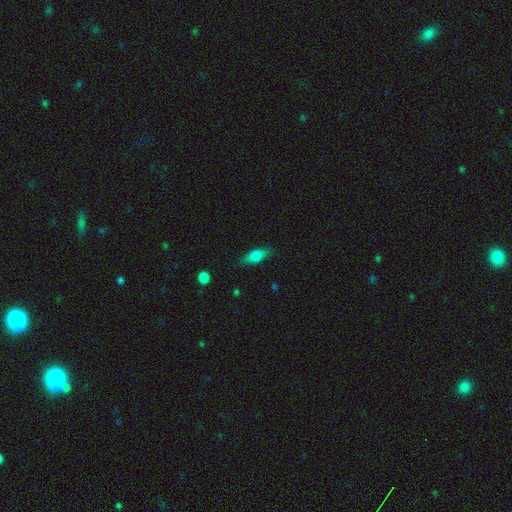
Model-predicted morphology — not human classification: Overall: smooth (70%). How rounded: in between (72%). Merging: none (81%).